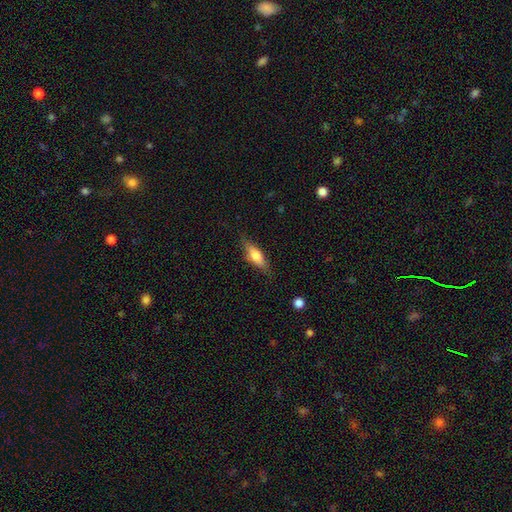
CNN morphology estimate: This appears to be a smooth galaxy with no disk features (63%) that is in between round and cigar-shaped (53%). Merging: none (79%).